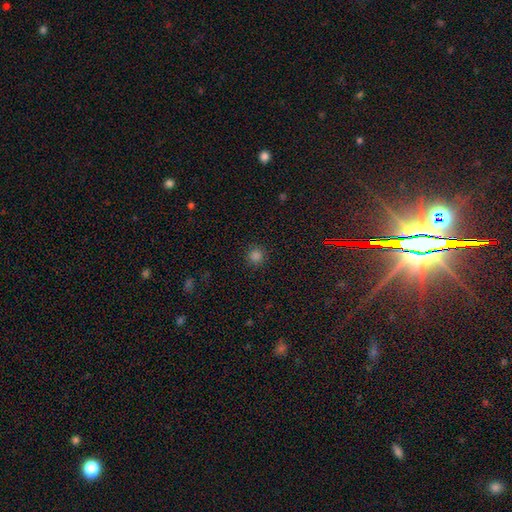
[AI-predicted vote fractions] Smooth or featured: smooth — 82% (star or artifact — 15%)
How rounded: round — 94% (in between — 5%)
Merging: none — 90% (minor disturbance — 6%)